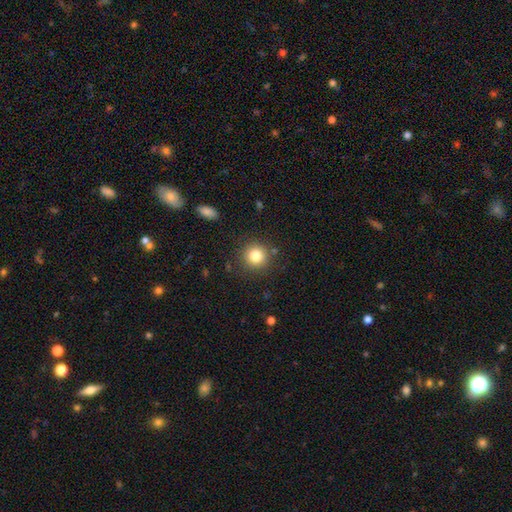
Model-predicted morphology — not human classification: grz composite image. It shows a smooth galaxy with no disk features (81%) that is round (94%). Merging: none (87%).